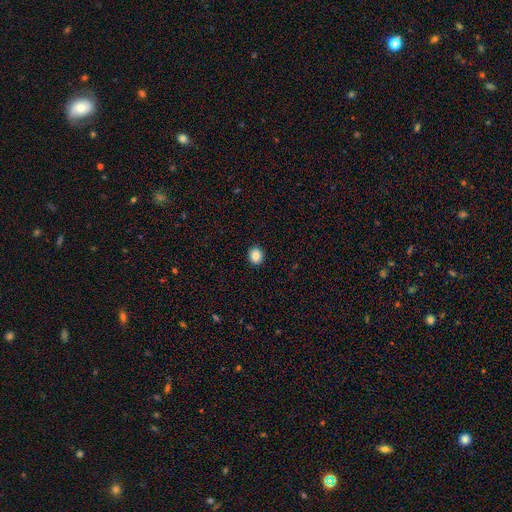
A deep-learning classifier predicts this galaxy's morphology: Smooth or featured: smooth — 85% (star or artifact — 10%)
How rounded: round — 73% (in between — 26%)
Merging: none — 92% (minor disturbance — 6%)